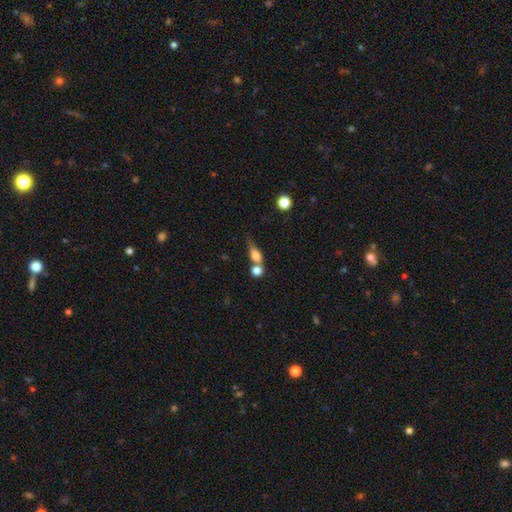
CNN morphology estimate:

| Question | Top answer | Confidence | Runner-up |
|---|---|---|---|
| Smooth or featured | smooth | 69% | featured or disk (20%) |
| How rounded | in between | 51% | round (29%) |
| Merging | merger | 38% | none (35%) |